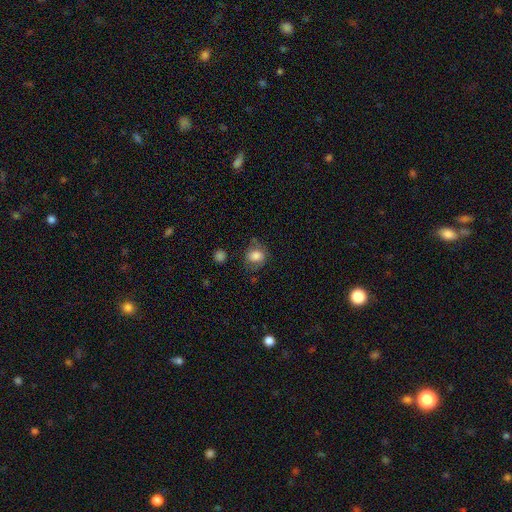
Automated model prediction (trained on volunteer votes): Q: Smooth or featured?
A: smooth (79%); runner-up: featured or disk (12%)
Q: How rounded?
A: round (64%); runner-up: in between (35%)
Q: Merging?
A: none (62%); runner-up: minor disturbance (25%)